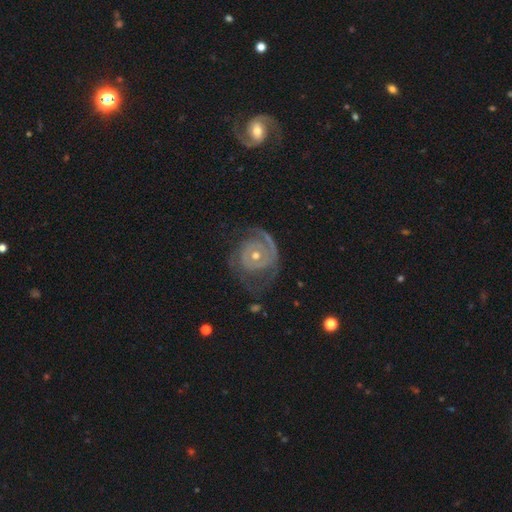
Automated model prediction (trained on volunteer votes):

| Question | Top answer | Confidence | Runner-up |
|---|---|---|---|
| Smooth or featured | featured or disk | 85% | smooth (9%) |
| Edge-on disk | no | 97% | yes (3%) |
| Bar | no | 73% | weak (21%) |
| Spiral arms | yes | 92% | no (8%) |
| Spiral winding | tight | 64% | medium (28%) |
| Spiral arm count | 2 | 49% | can't tell (20%) |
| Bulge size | small | 54% | moderate (43%) |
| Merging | none | 60% | minor disturbance (20%) |